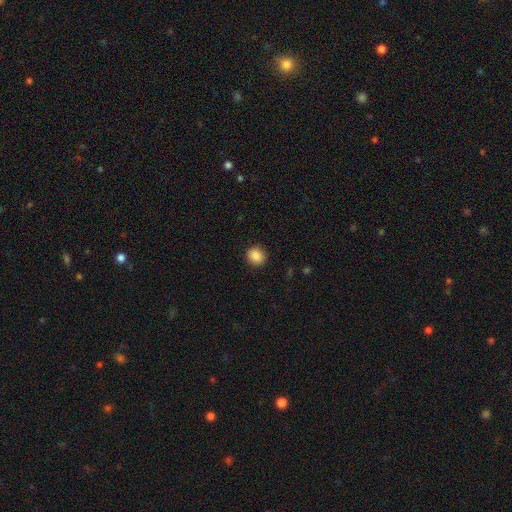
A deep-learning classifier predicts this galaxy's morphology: A smooth galaxy with no disk features (88%) that is round (81%). Merging: none (91%).